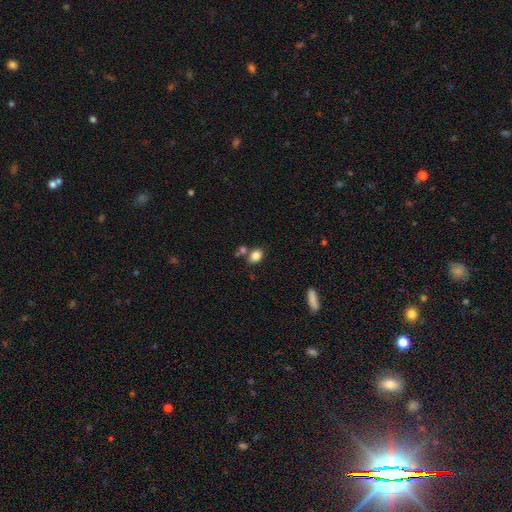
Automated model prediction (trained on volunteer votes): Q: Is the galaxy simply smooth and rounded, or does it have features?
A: smooth — 84%.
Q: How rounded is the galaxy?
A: in between — 75%.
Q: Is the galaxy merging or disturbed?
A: none — 66%.